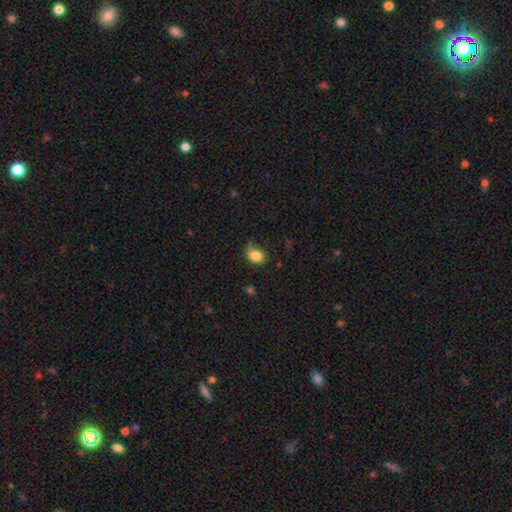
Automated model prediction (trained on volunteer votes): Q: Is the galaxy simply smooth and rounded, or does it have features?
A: smooth — 81%.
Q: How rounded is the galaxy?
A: round — 53%.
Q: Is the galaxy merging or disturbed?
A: none — 53%.